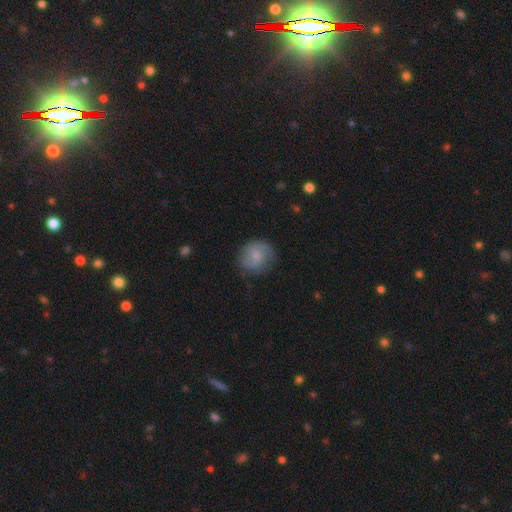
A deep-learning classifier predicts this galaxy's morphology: Smooth or featured? Predicted: smooth (p=0.67). How rounded? Predicted: round (p=0.81). Merging? Predicted: none (p=0.72).